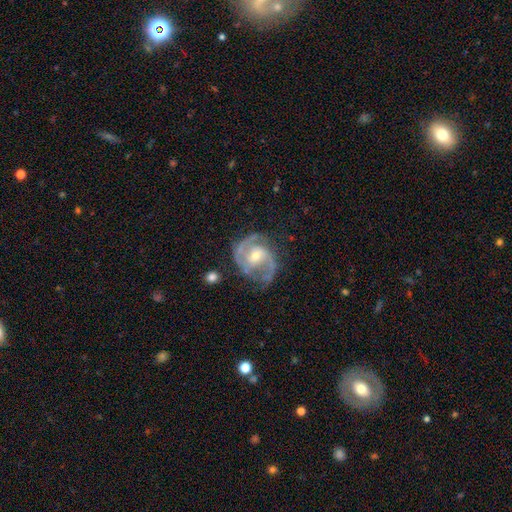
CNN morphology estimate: Smooth or featured: featured or disk — 89% (smooth — 6%)
Edge-on disk: no — 98% (yes — 2%)
Bar: no — 47% (weak — 40%)
Spiral arms: yes — 97% (no — 3%)
Spiral winding: medium — 52% (tight — 36%)
Spiral arm count: 2 — 79% (3 — 8%)
Bulge size: moderate — 52% (small — 44%)
Merging: none — 67% (minor disturbance — 21%)